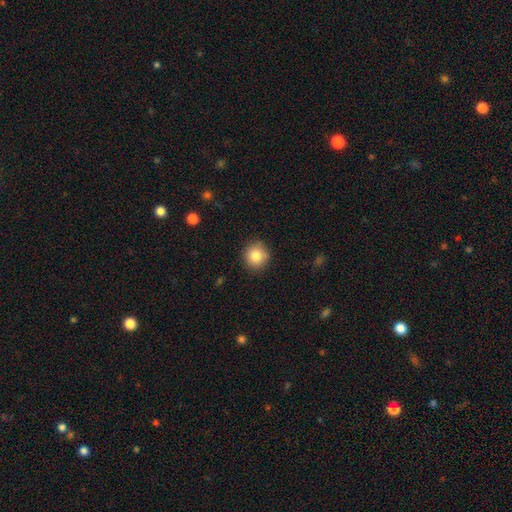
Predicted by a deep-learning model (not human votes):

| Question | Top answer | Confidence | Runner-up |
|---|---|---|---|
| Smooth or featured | smooth | 83% | star or artifact (10%) |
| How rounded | round | 92% | in between (7%) |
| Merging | none | 89% | minor disturbance (8%) |